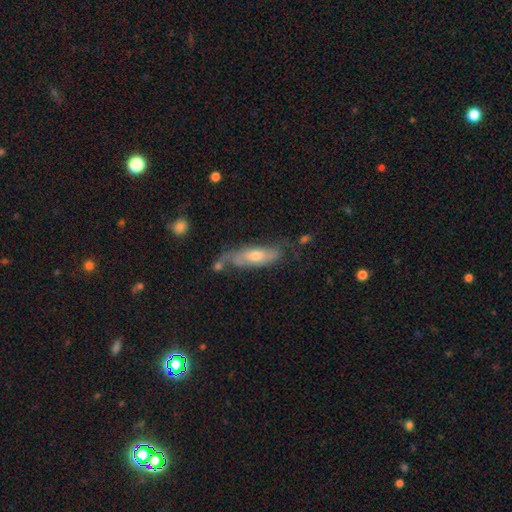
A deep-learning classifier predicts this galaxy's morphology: This is possibly a featured or disk galaxy (56%). It is likely not viewed edge-on (73%). Merging: possibly none (46%).